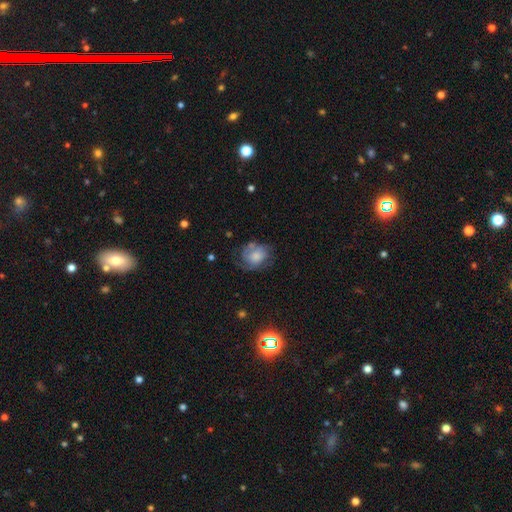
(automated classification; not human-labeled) smooth-or-featured: featured or disk: 49% | smooth: 42% | star or artifact: 9%
  merging: none: 51% | minor disturbance: 26% | major disturbance: 20% | merger: 3%